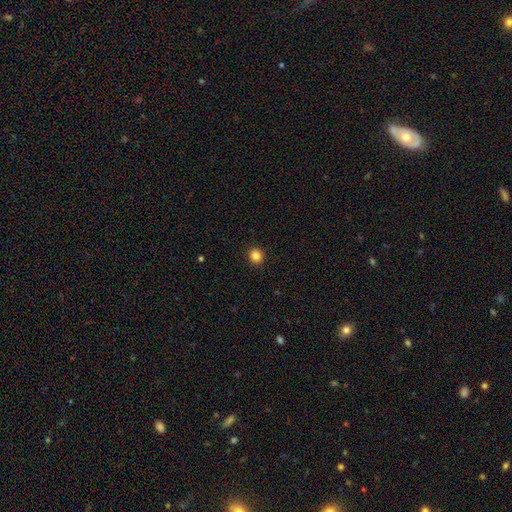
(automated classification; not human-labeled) Morphology: type=smooth (85%); roundness=round (89%); merging=none (92%).